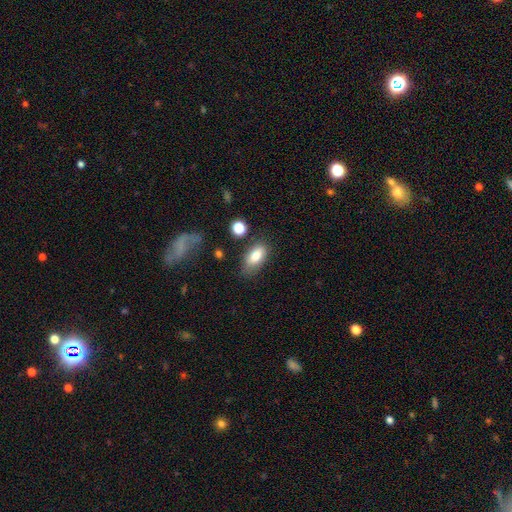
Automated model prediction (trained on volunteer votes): Morphology: type=smooth (82%); roundness=in between (89%); merging=none (70%).